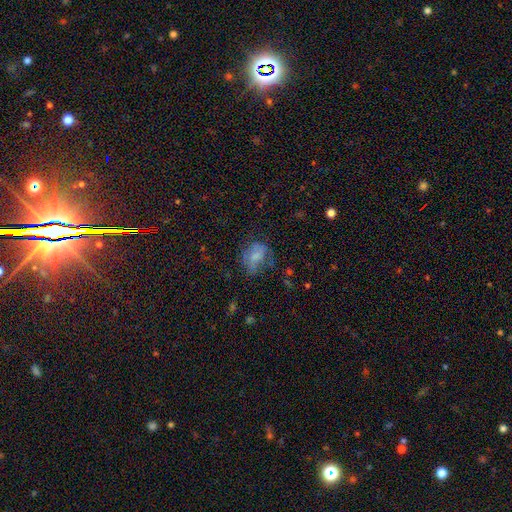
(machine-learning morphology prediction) Q: Smooth or featured?
A: smooth (63%); runner-up: featured or disk (25%)
Q: How rounded?
A: in between (59%); runner-up: round (40%)
Q: Merging?
A: none (46%); runner-up: minor disturbance (27%)